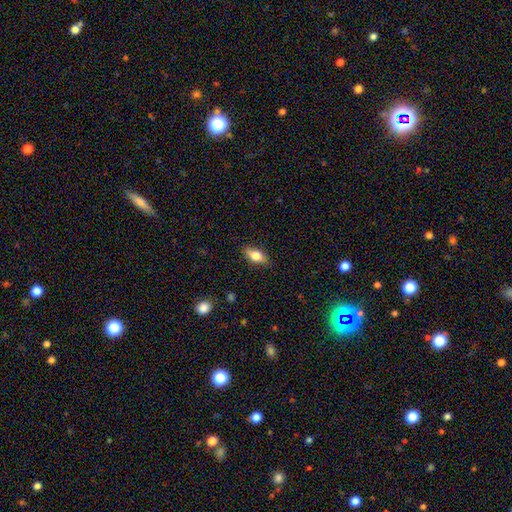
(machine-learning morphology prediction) The model was most divided on "smooth or featured": smooth: 77%, featured or disk: 16%, star or artifact: 7%. More confident: merging — none (85%); how rounded — in between (83%).